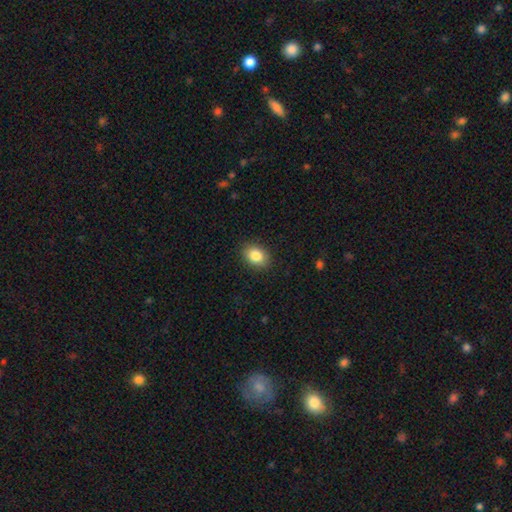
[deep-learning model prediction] smooth 85%, star or artifact 8%, featured or disk 6%. Down the decision tree: how rounded — in between (71%); merging — none (88%).